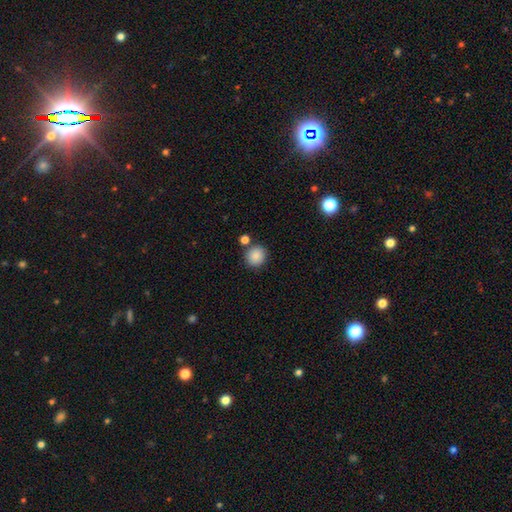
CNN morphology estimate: smooth-or-featured: smooth: 87% | star or artifact: 9% | featured or disk: 4%
  how-rounded: round: 89% | in between: 10% | cigar-shaped: 1%
  merging: none: 80% | merger: 10% | minor disturbance: 8% | major disturbance: 3%